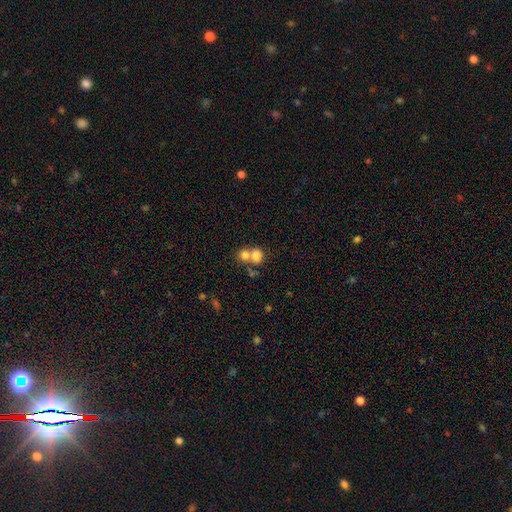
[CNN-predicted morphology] Smooth or featured? smooth (78%)
How rounded? round (70%)
Merging? merger (57%)